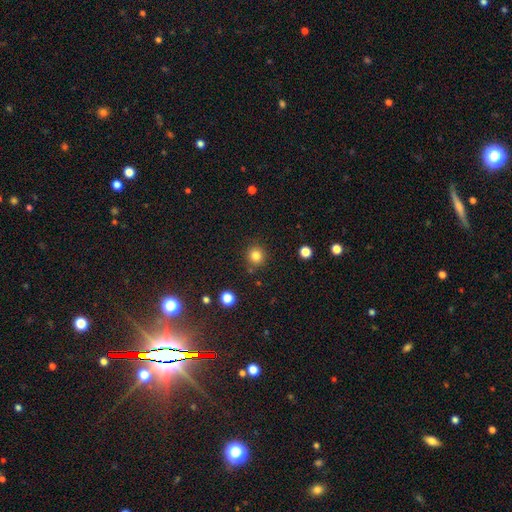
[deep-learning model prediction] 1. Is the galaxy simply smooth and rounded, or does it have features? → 83% smooth, 12% star or artifact, 5% featured or disk.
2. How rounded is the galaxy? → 92% round, 7% in between, 1% cigar-shaped.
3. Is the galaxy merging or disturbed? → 85% none, 8% minor disturbance, 4% merger, 3% major disturbance.